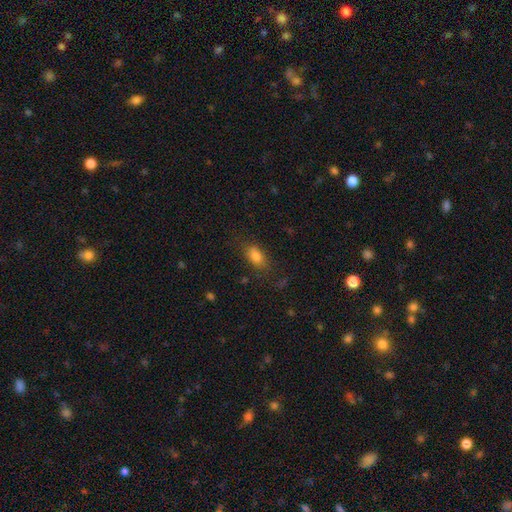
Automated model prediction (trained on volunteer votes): Morphology: type=smooth (81%); roundness=in between (86%); merging=none (74%).